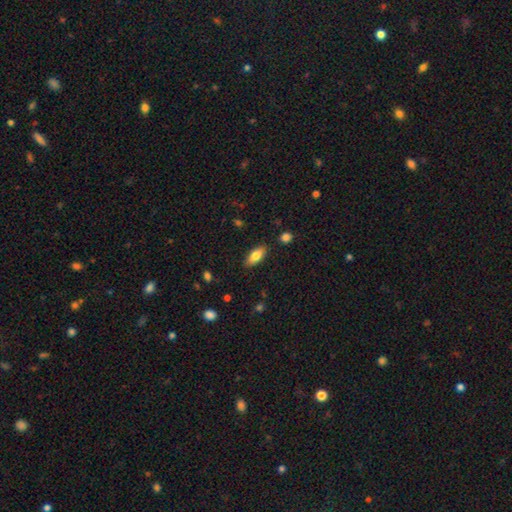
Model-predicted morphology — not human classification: Smooth or featured?
  - smooth: 79% *
  - featured or disk: 14%
  - star or artifact: 7%
How rounded?
  - in between: 84% *
  - cigar-shaped: 13%
  - round: 3%
Merging?
  - none: 87% *
  - minor disturbance: 10%
  - major disturbance: 2%
  - merger: 2%